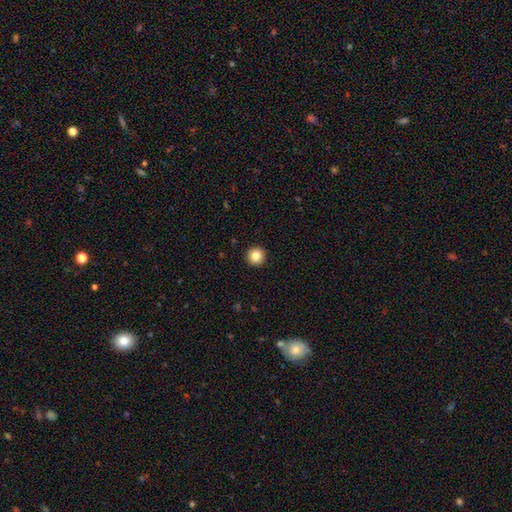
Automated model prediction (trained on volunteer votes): Smooth or featured?
  - smooth: 84% *
  - star or artifact: 10%
  - featured or disk: 6%
How rounded?
  - round: 96% *
  - in between: 3%
  - cigar-shaped: 1%
Merging?
  - none: 94% *
  - minor disturbance: 4%
  - major disturbance: 1%
  - merger: 1%